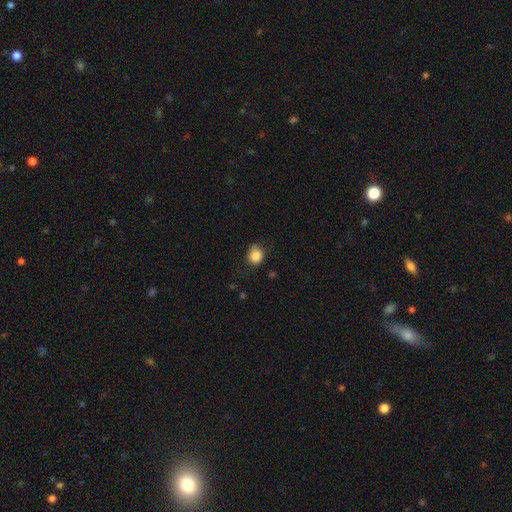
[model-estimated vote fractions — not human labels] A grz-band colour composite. It shows a smooth galaxy with no disk features (86%) that is round (72%). Merging: none (66%).